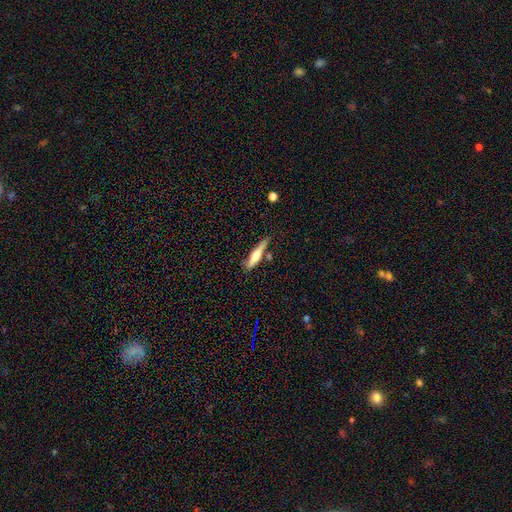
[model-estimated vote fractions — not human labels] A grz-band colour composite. It shows a smooth galaxy with no disk features (49%). Merging: none (68%).